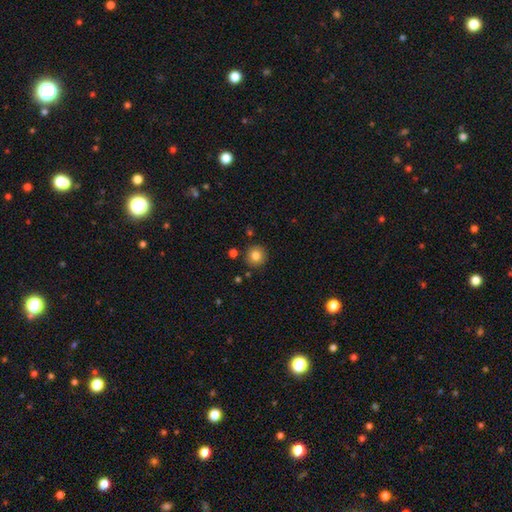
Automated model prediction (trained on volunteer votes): Morphology: type=smooth (82%); roundness=round (94%); merging=none (89%).